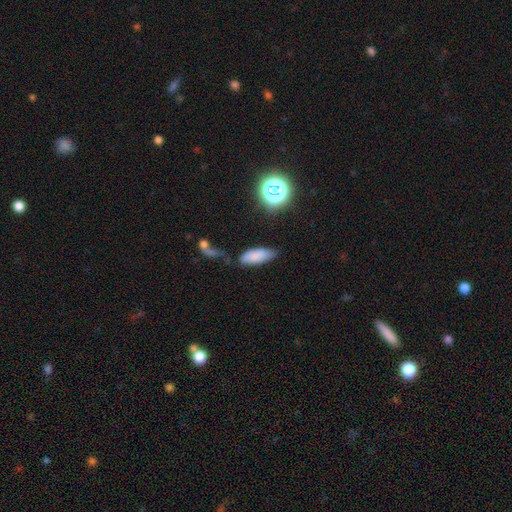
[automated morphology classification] The model was most divided on "merging": none: 65%, minor disturbance: 20%, major disturbance: 8%, merger: 7%. More confident: smooth or featured — smooth (80%); how rounded — in between (75%).